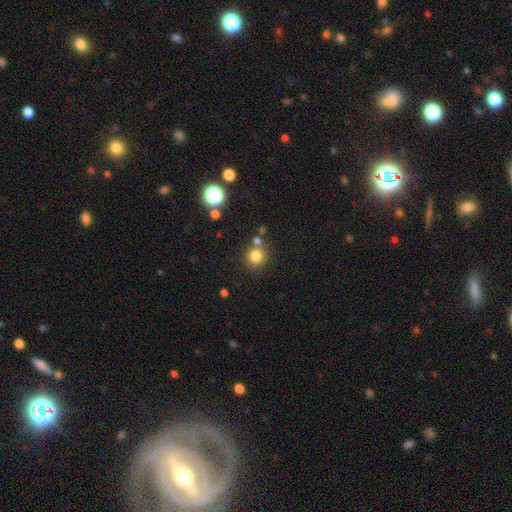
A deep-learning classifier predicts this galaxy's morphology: smooth-or-featured: smooth: 80% | star or artifact: 13% | featured or disk: 6%
  how-rounded: round: 90% | in between: 9% | cigar-shaped: 1%
  merging: none: 70% | merger: 16% | minor disturbance: 10% | major disturbance: 4%